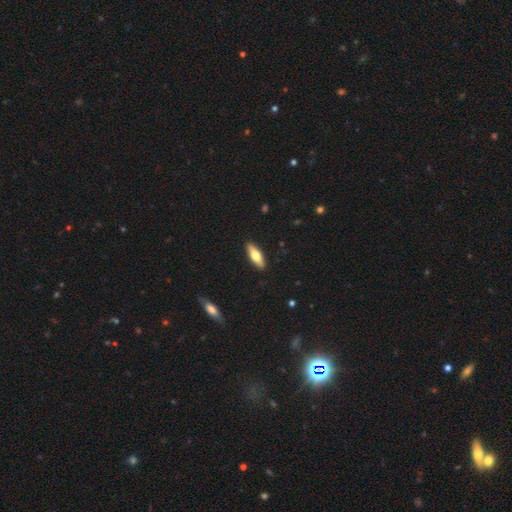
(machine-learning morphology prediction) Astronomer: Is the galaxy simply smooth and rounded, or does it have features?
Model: smooth — 61%.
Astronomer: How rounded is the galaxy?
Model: in between — 51% (runner-up: cigar-shaped, 46%).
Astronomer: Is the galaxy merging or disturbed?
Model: none — 90%.